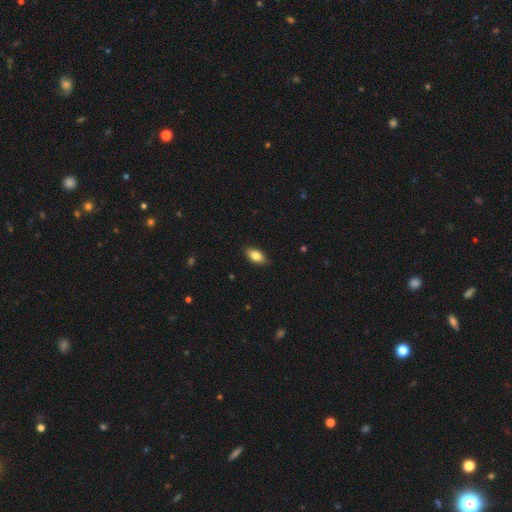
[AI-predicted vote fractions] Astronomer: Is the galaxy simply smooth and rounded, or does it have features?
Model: smooth — 82%.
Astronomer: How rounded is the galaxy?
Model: in between — 90%.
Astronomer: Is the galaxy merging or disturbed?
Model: none — 88%.